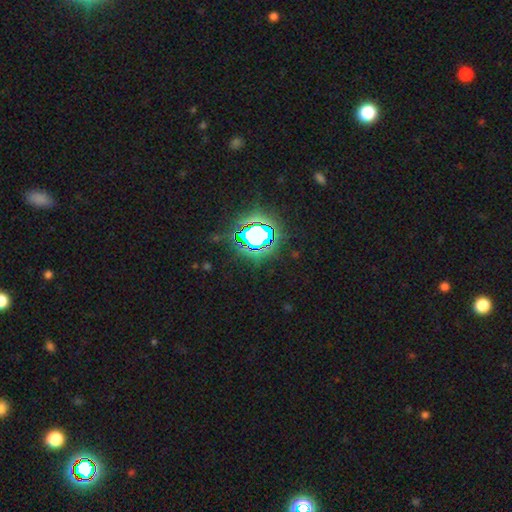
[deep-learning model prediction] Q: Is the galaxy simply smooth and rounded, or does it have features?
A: star or artifact — 78%.